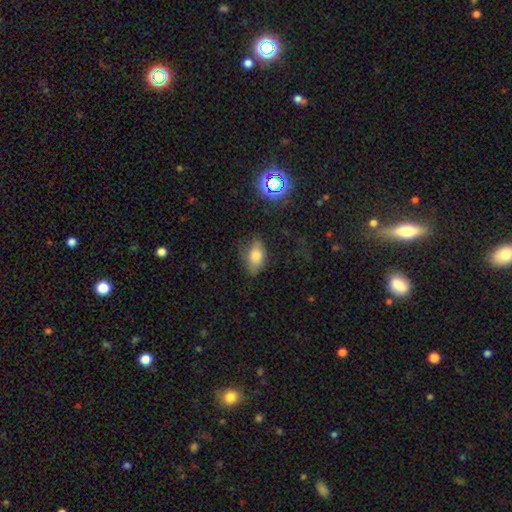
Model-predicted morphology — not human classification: type=smooth (75%); roundness=in between (87%); merging=none (63%).